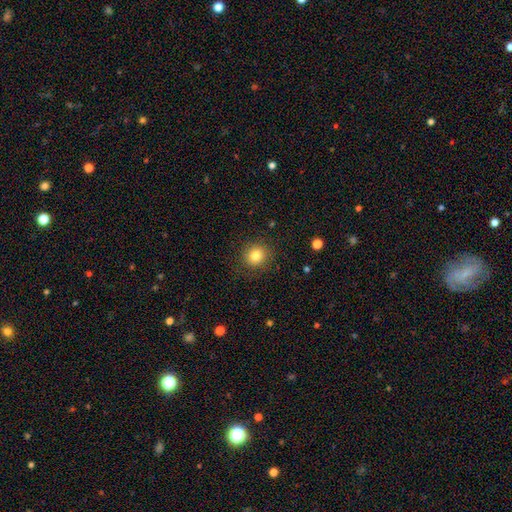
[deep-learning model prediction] A smooth galaxy with no disk features (81%) that is round (87%).

Vote fractions:
- Smooth or featured? smooth: 81% / star or artifact: 11% / featured or disk: 8%
- How rounded? round: 87% / in between: 12% / cigar-shaped: 1%
- Merging? none: 87% / minor disturbance: 9% / major disturbance: 3% / merger: 1%